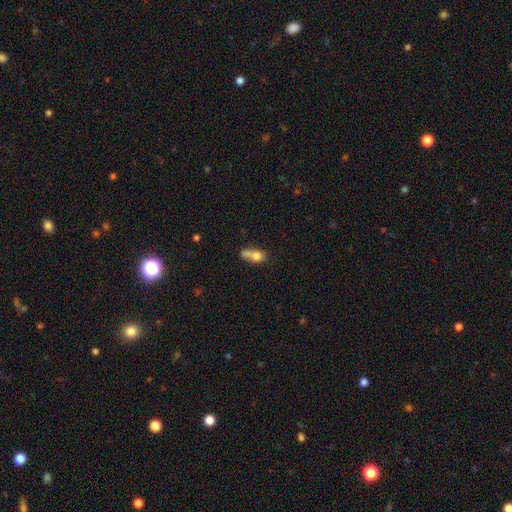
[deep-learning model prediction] Morphology: type=smooth (72%); roundness=in between (53%); merging=merger (57%).